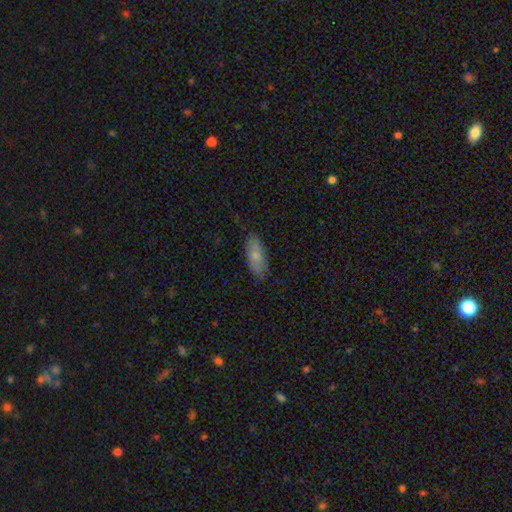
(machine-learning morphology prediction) Smooth or featured? smooth (78%)
How rounded? in between (77%)
Merging? none (84%)